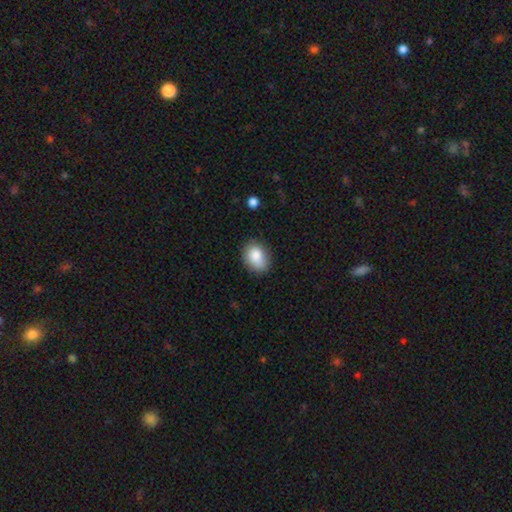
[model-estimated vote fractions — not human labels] Overall: smooth (86%). How rounded: in between (70%). Merging: none (78%).